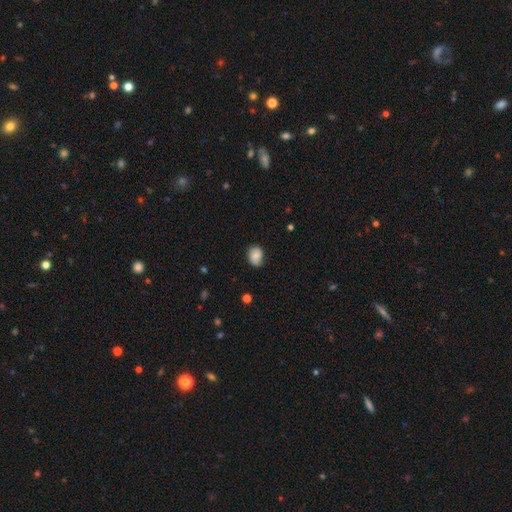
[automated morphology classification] Smooth or featured: smooth — 78% (featured or disk — 13%)
How rounded: in between — 68% (round — 31%)
Merging: none — 70% (minor disturbance — 24%)